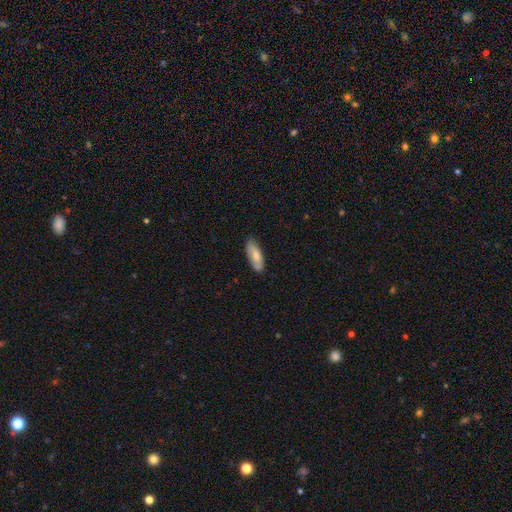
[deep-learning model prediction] A smooth galaxy with no disk features (76%) that is in between round and cigar-shaped (69%).

Vote fractions:
- Smooth or featured? smooth: 76% / featured or disk: 18% / star or artifact: 6%
- How rounded? in between: 69% / cigar-shaped: 29% / round: 2%
- Merging? none: 83% / minor disturbance: 14% / major disturbance: 2% / merger: 1%